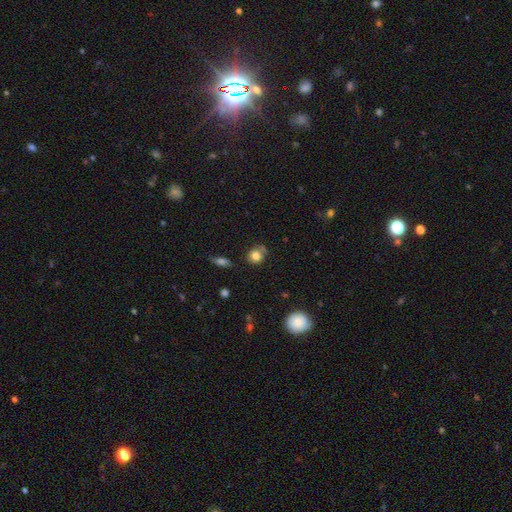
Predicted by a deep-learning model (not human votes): Smooth or featured? Predicted: smooth (p=0.80). How rounded? Predicted: round (p=0.75). Merging? Predicted: none (p=0.62).